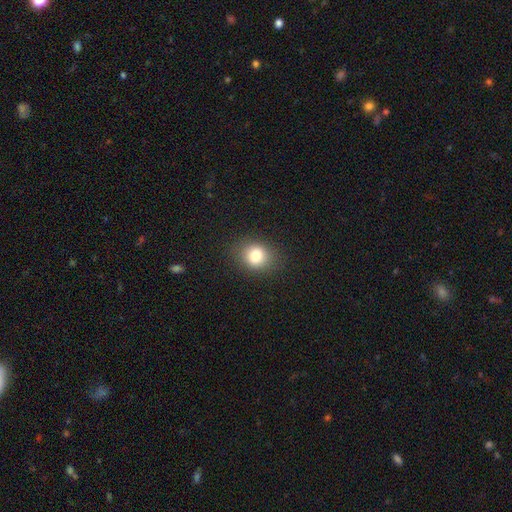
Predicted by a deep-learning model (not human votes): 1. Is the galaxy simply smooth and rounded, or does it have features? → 80% smooth, 11% star or artifact, 8% featured or disk.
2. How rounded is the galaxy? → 57% round, 42% in between, 1% cigar-shaped.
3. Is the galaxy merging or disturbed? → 86% none, 10% minor disturbance, 3% major disturbance, 1% merger.